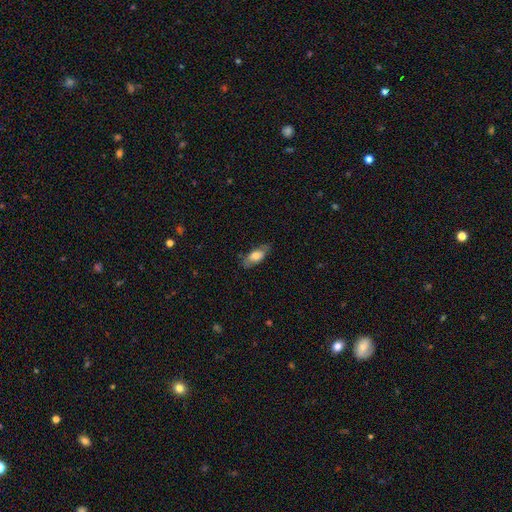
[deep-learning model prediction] Smooth or featured? smooth (67%)
How rounded? in between (80%)
Merging? none (77%)